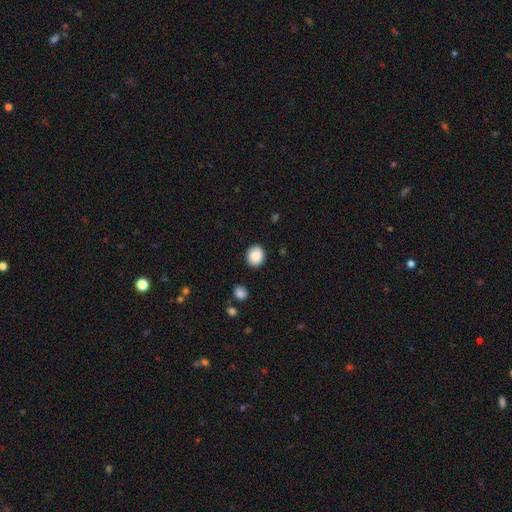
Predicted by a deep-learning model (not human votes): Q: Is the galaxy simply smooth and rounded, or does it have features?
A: smooth — 88%.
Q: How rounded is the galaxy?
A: round — 71%.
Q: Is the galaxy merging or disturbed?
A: none — 89%.